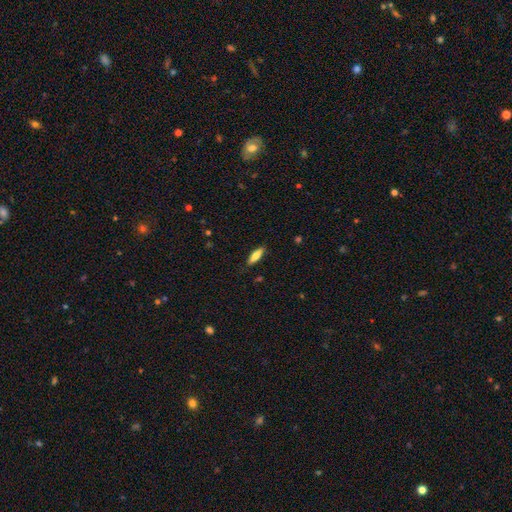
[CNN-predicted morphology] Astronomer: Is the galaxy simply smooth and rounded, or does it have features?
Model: smooth — 75%.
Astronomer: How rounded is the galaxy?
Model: cigar-shaped — 55% (runner-up: in between, 43%).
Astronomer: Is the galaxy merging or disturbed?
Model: none — 86%.